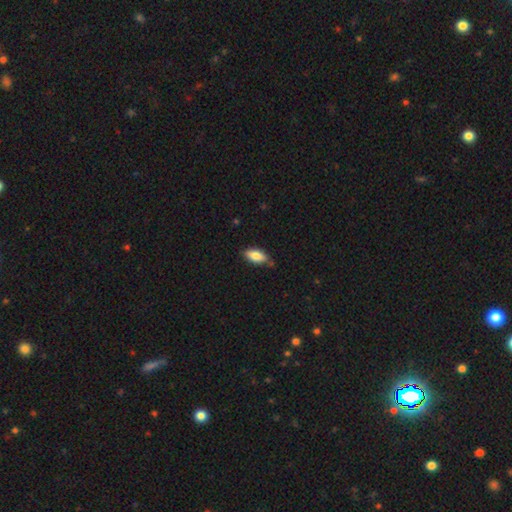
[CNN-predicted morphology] Smooth or featured?
  - smooth: 76% *
  - featured or disk: 17%
  - star or artifact: 7%
How rounded?
  - in between: 85% *
  - cigar-shaped: 12%
  - round: 3%
Merging?
  - none: 72% *
  - minor disturbance: 22%
  - major disturbance: 3%
  - merger: 3%